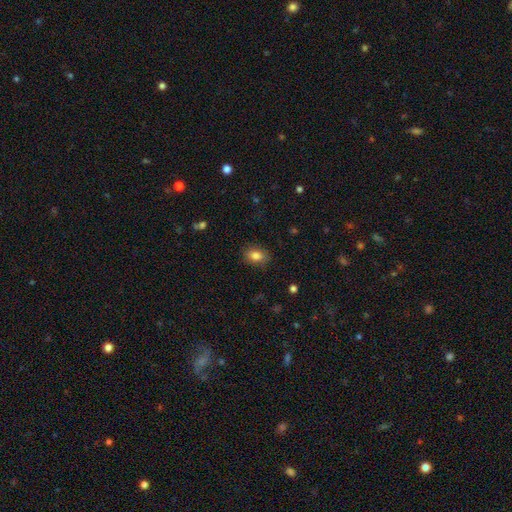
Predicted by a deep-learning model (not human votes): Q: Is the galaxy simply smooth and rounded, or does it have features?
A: smooth — 83%.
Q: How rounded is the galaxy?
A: in between — 78%.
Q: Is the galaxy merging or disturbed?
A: none — 86%.